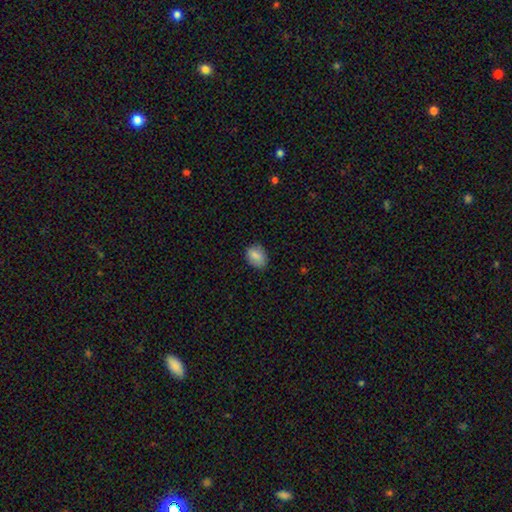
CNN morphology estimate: type=smooth (84%); roundness=in between (68%); merging=none (78%).